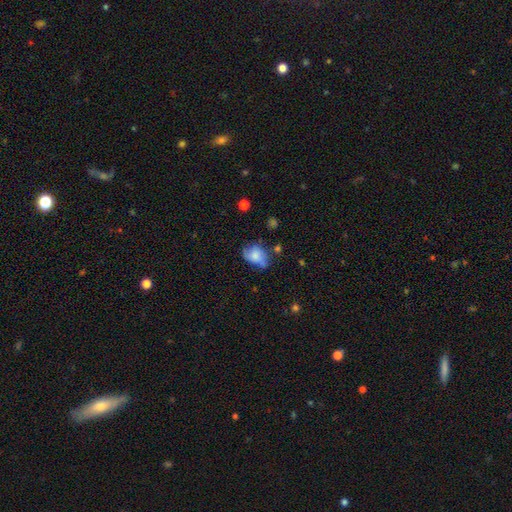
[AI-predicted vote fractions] Smooth or featured: smooth — 60% (featured or disk — 30%)
How rounded: in between — 71% (round — 28%)
Merging: none — 42% (minor disturbance — 34%)